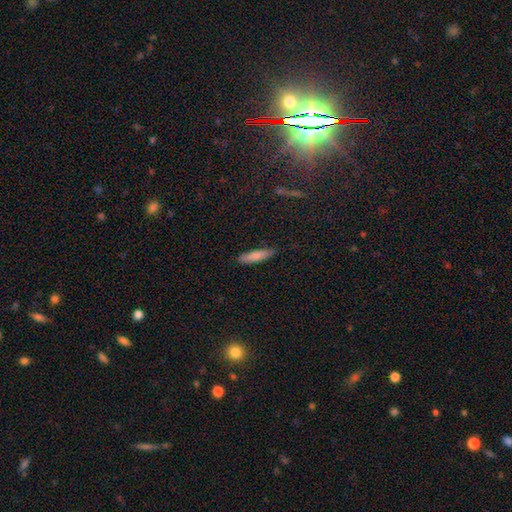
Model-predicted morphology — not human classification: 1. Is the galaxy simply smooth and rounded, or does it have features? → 80% smooth, 14% featured or disk, 6% star or artifact.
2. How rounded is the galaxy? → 73% cigar-shaped, 25% in between, 2% round.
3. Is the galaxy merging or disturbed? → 87% none, 10% minor disturbance, 2% major disturbance, 1% merger.